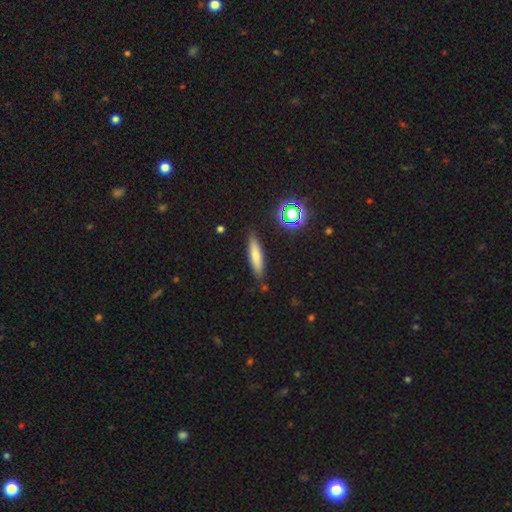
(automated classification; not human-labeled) smooth 71%, featured or disk 20%, star or artifact 10%. Down the decision tree: how rounded — cigar-shaped (78%); merging — none (85%).